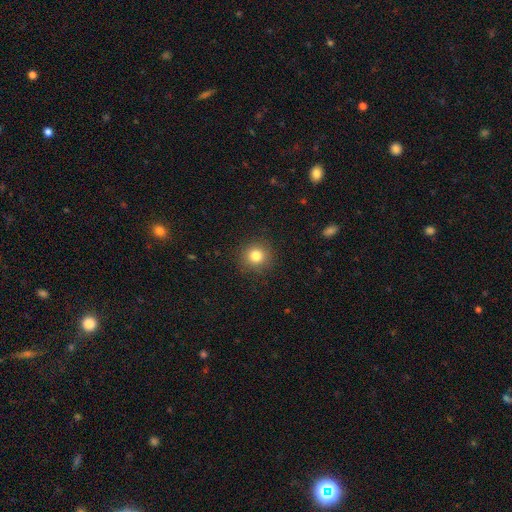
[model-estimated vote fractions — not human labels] Smooth or featured: smooth — 81% (star or artifact — 12%)
How rounded: round — 92% (in between — 7%)
Merging: none — 90% (minor disturbance — 6%)